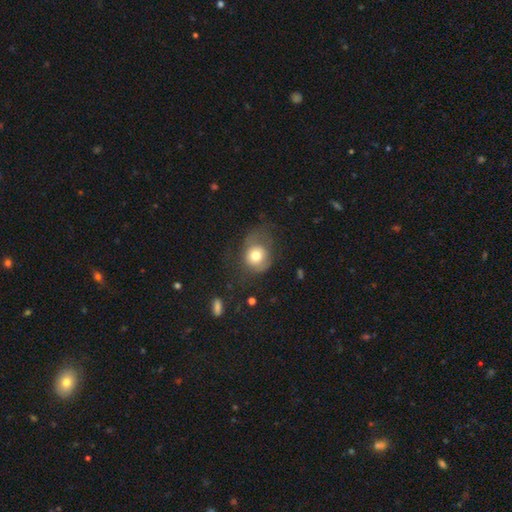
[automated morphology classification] Smooth or featured: smooth — 70% (featured or disk — 21%)
How rounded: round — 71% (in between — 28%)
Merging: none — 41% (major disturbance — 32%)